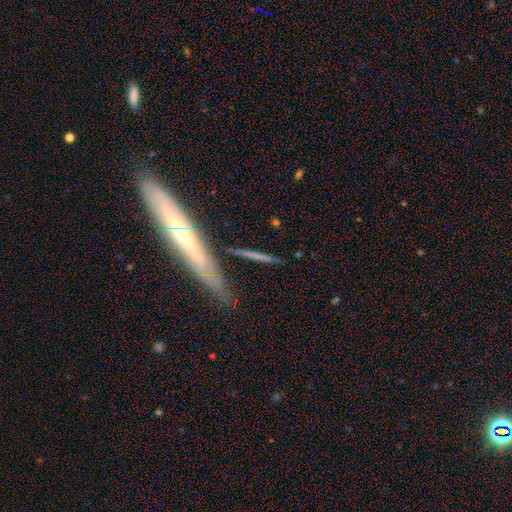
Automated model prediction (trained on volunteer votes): Smooth or featured?
  - featured or disk: 45% *
  - smooth: 43%
  - star or artifact: 11%
Merging?
  - none: 81% *
  - minor disturbance: 12%
  - merger: 4%
  - major disturbance: 3%